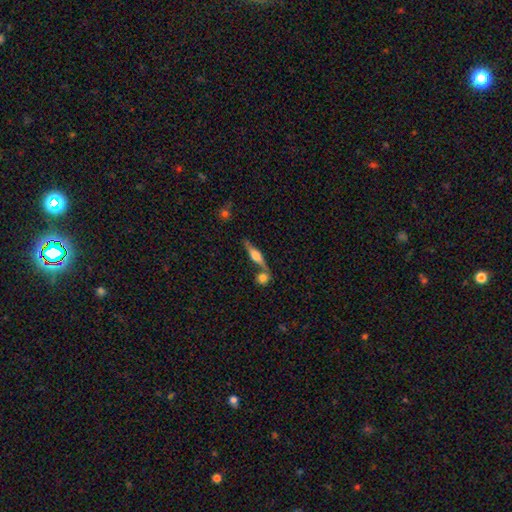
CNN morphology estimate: Smooth or featured? Predicted: featured or disk (p=0.64). Edge-on disk? Predicted: yes (p=0.94). Edge-on bulge? Predicted: rounded (p=0.87). Merging? Predicted: none (p=0.68).